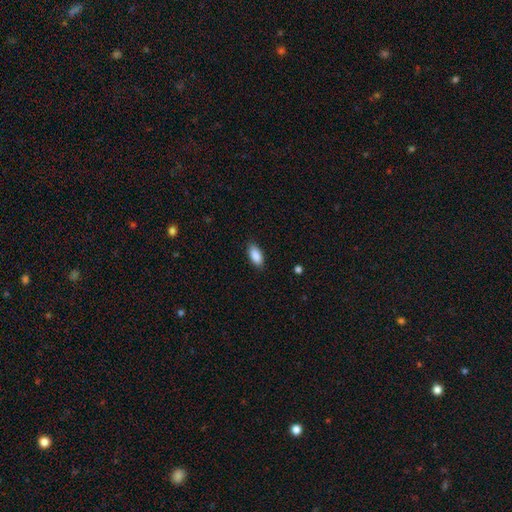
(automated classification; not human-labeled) Smooth or featured: smooth — 89% (star or artifact — 7%)
How rounded: in between — 90% (cigar-shaped — 8%)
Merging: none — 87% (minor disturbance — 10%)